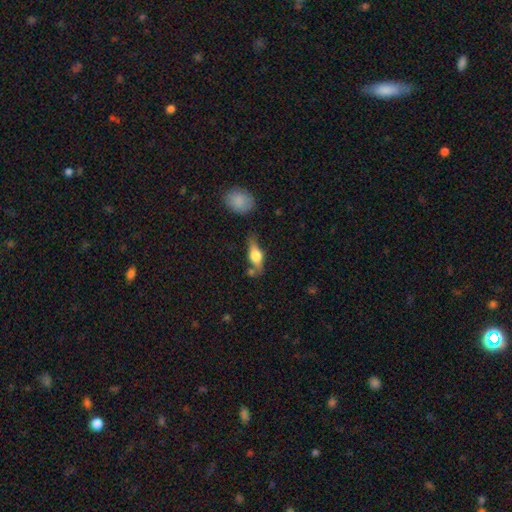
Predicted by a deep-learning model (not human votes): This is possibly a featured or disk galaxy (47%). Merging: likely none (64%).